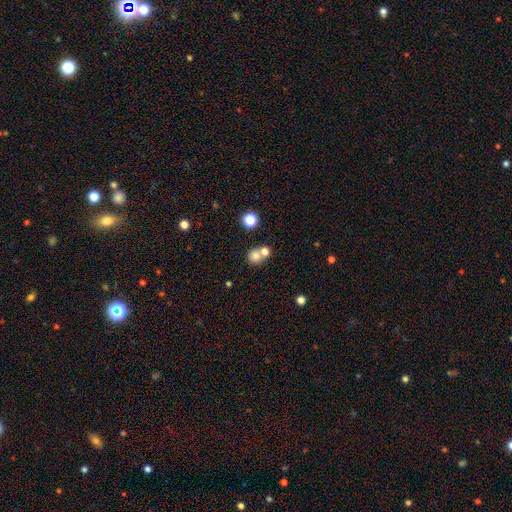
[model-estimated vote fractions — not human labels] A smooth galaxy with no disk features (76%) that is round (85%). Merging: none (49%).